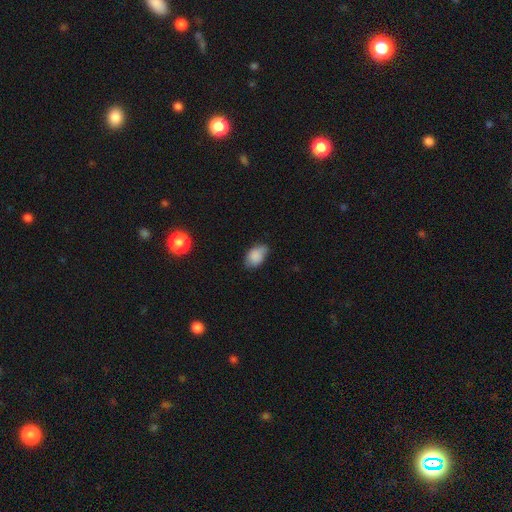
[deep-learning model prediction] smooth 85%, star or artifact 8%, featured or disk 7%. Down the decision tree: how rounded — in between (88%); merging — none (62%).